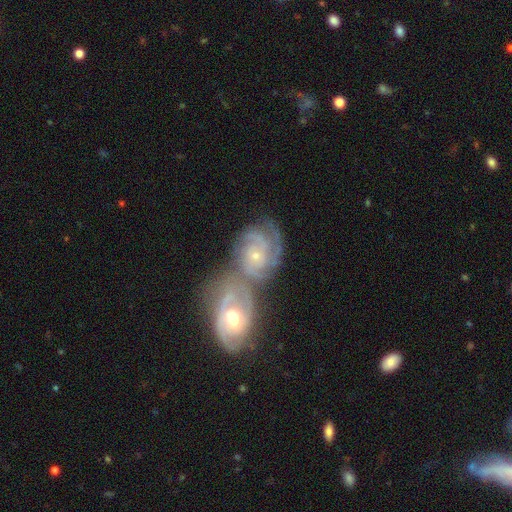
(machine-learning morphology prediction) type=featured or disk (84%); edge-on=no (96%); bar=no (69%); spiral arms=yes (96%); winding=tight (64%); arm count=3 (32%); bulge=small (66%); merging=merger (59%).